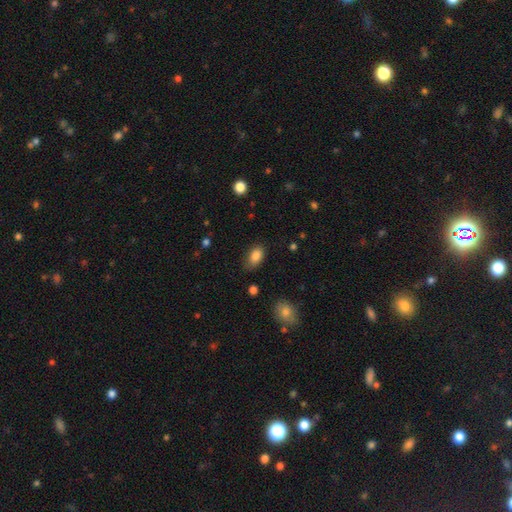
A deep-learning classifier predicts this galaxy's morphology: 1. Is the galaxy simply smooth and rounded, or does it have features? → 85% smooth, 8% star or artifact, 6% featured or disk.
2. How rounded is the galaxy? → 89% in between, 9% round, 2% cigar-shaped.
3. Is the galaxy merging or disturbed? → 75% none, 19% minor disturbance, 4% major disturbance, 1% merger.